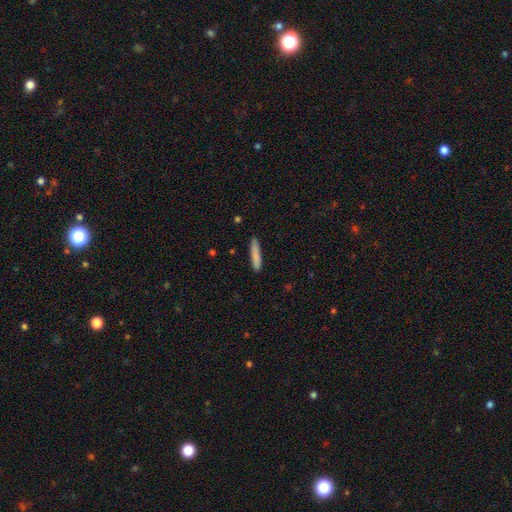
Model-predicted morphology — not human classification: A smooth galaxy with no disk features (84%) that is cigar-shaped (90%). Merging: none (89%).